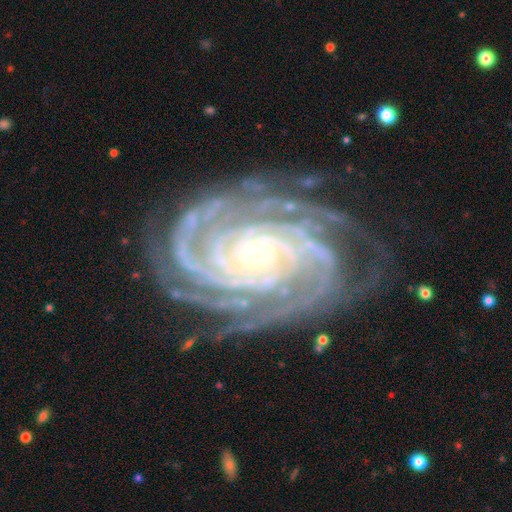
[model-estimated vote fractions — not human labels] Smooth or featured?
  - featured or disk: 93% *
  - star or artifact: 4%
  - smooth: 2%
Edge-on disk?
  - no: 98% *
  - yes: 2%
Bar?
  - no: 71% *
  - weak: 17%
  - strong: 12%
Spiral arms?
  - yes: 99% *
  - no: 1%
Spiral winding?
  - tight: 84% *
  - medium: 15%
  - loose: 2%
Spiral arm count?
  - 4: 29% *
  - more than 4: 28%
  - 3: 15%
  - can't tell: 11%
  - 2: 10%
  - 1: 7%
Bulge size?
  - small: 77% *
  - moderate: 19%
  - large: 2%
  - none: 1%
  - dominant: 1%
Merging?
  - none: 77% *
  - minor disturbance: 16%
  - major disturbance: 6%
  - merger: 1%